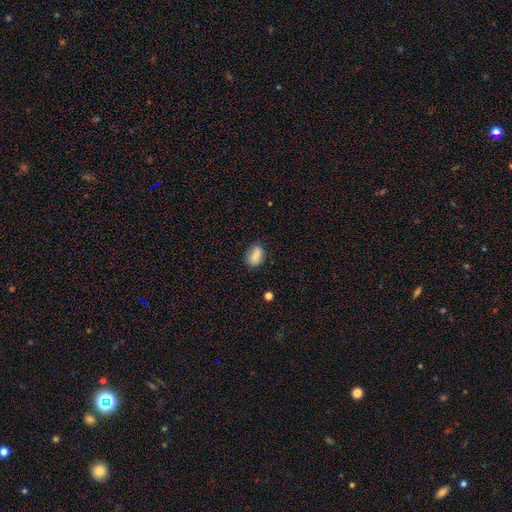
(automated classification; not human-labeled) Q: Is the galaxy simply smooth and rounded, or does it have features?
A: smooth — 84%.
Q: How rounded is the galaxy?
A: in between — 81%.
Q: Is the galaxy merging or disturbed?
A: none — 79%.